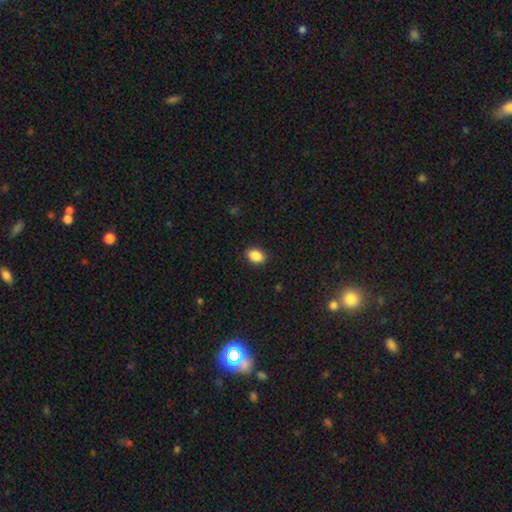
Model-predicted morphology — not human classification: A smooth galaxy with no disk features (89%) that is in between round and cigar-shaped (75%).

Vote fractions:
- Smooth or featured? smooth: 89% / star or artifact: 8% / featured or disk: 3%
- How rounded? in between: 75% / round: 23% / cigar-shaped: 1%
- Merging? none: 89% / minor disturbance: 8% / major disturbance: 2% / merger: 1%